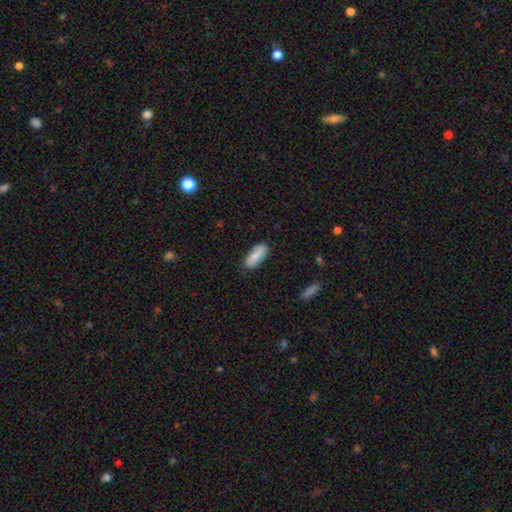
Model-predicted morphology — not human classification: Overall: smooth (70%). How rounded: in between (77%). Merging: none (82%).